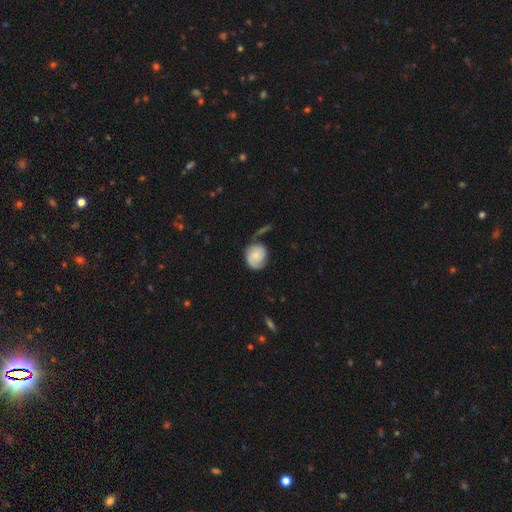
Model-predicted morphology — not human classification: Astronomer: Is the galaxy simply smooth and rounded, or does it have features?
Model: smooth — 47% (runner-up: featured or disk, 46%).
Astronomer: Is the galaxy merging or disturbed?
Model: none — 54%.